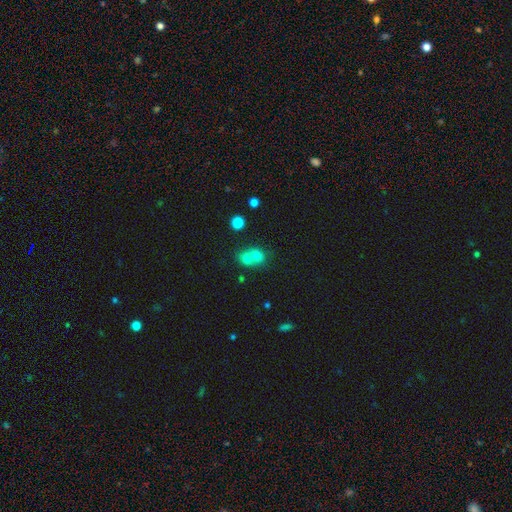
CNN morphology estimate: Q: Smooth or featured?
A: smooth (71%); runner-up: featured or disk (16%)
Q: How rounded?
A: round (62%); runner-up: in between (37%)
Q: Merging?
A: merger (65%); runner-up: none (27%)